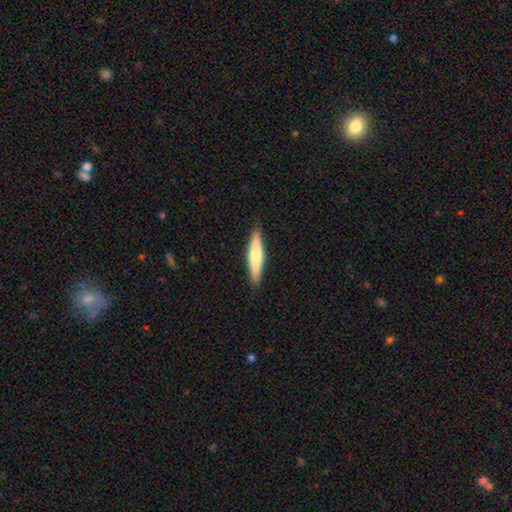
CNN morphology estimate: Smooth or featured: smooth — 58% (featured or disk — 37%)
How rounded: cigar-shaped — 88% (in between — 11%)
Merging: none — 90% (minor disturbance — 8%)